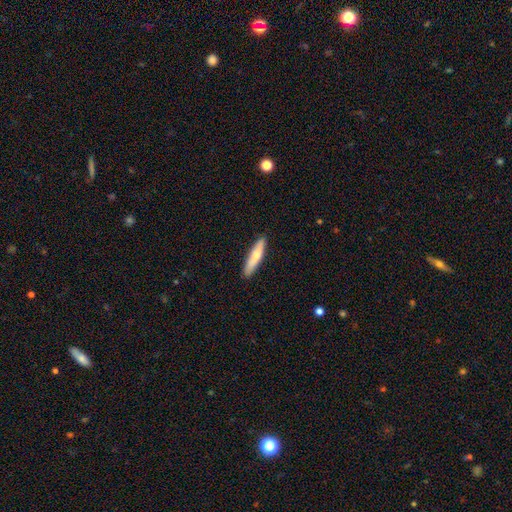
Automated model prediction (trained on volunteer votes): Smooth or featured?
  - smooth: 67% *
  - featured or disk: 28%
  - star or artifact: 5%
How rounded?
  - cigar-shaped: 84% *
  - in between: 14%
  - round: 1%
Merging?
  - none: 89% *
  - minor disturbance: 8%
  - major disturbance: 2%
  - merger: 1%